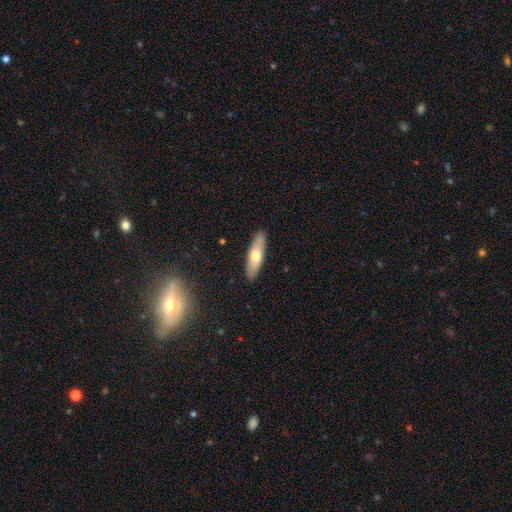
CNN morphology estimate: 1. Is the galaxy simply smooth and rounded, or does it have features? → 62% smooth, 32% featured or disk, 6% star or artifact.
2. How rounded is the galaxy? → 60% cigar-shaped, 38% in between, 2% round.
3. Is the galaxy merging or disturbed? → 89% none, 8% minor disturbance, 2% major disturbance, 1% merger.